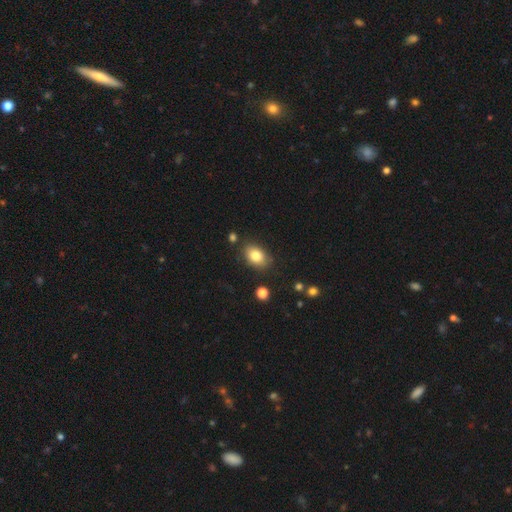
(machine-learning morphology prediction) Smooth or featured? Predicted: smooth (p=0.83). How rounded? Predicted: in between (p=0.82). Merging? Predicted: none (p=0.82).